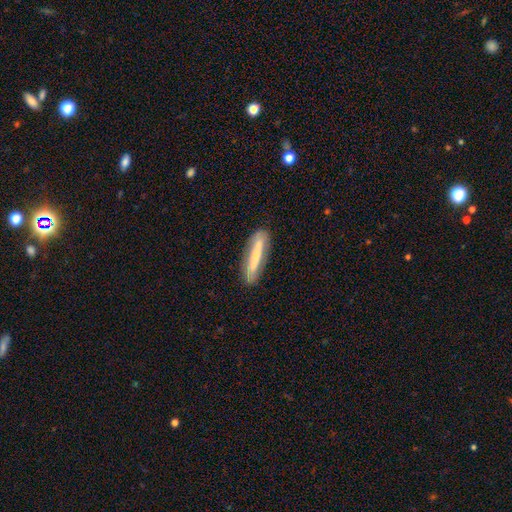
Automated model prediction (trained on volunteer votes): smooth_or_featured: smooth (p=0.59) [alt: featured or disk p=0.35]
how_rounded: cigar-shaped (p=0.86) [alt: in between p=0.13]
merging: none (p=0.82) [alt: minor disturbance p=0.13]